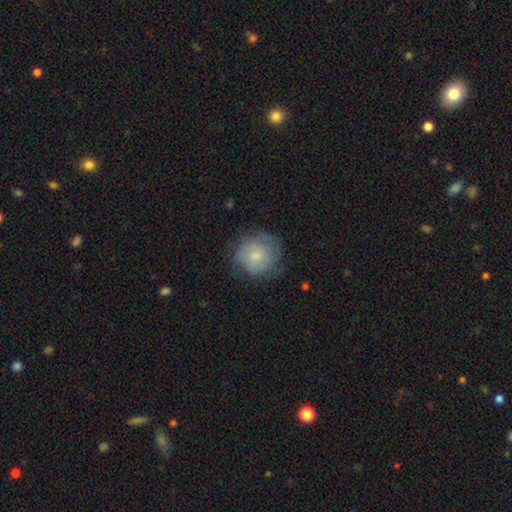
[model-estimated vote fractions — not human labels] This is likely a smooth galaxy (67%). How rounded: clearly round (89%). Merging: likely none (66%).